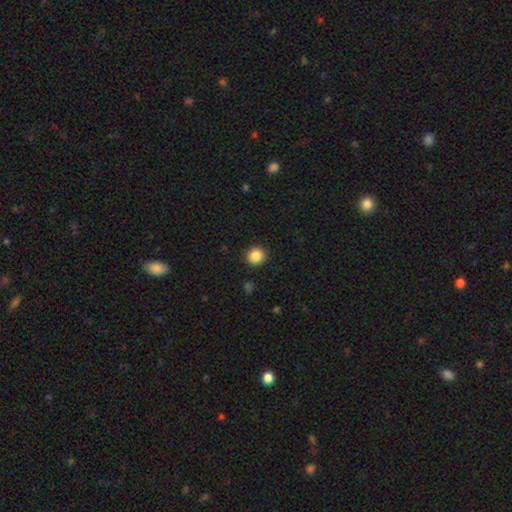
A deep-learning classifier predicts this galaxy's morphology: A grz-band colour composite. It shows a smooth galaxy with no disk features (86%) that is round (89%). Merging: none (92%).